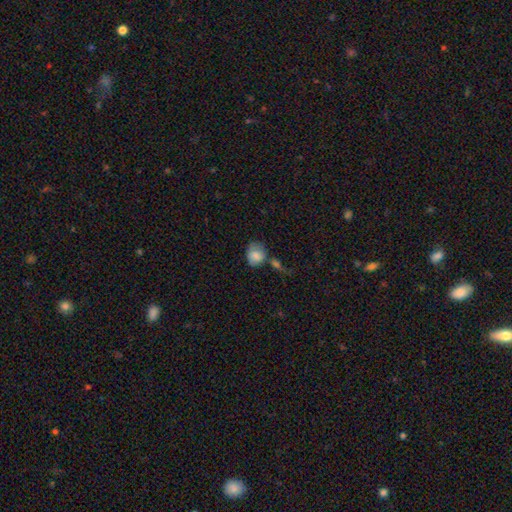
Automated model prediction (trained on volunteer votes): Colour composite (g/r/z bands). It shows a smooth galaxy with no disk features (78%) that is round (54%). Merging: none (40%).